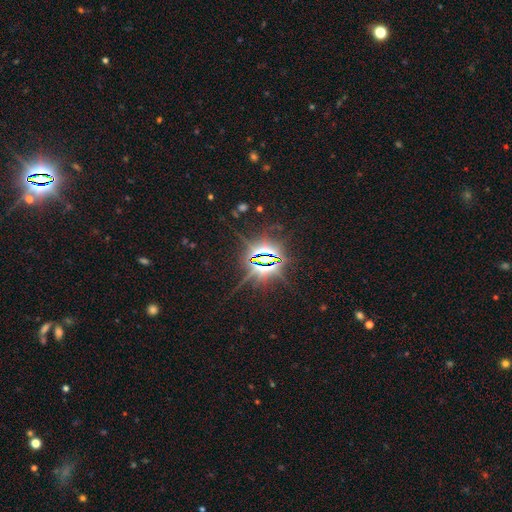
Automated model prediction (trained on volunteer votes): Q: Smooth or featured?
A: star or artifact (86%); runner-up: featured or disk (8%)